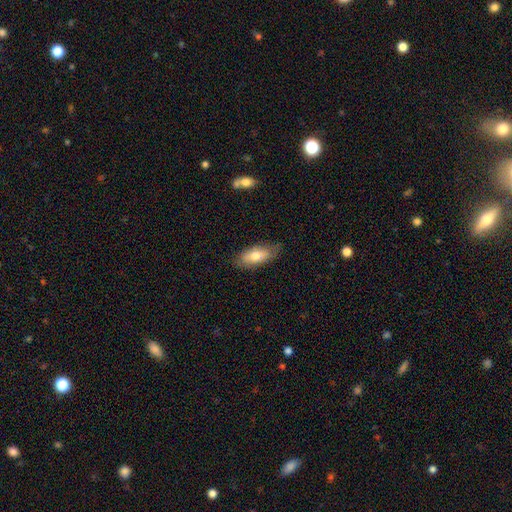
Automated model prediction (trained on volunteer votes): This appears to be a smooth galaxy with no disk features (72%) that is in between round and cigar-shaped (79%). Merging: none (76%).